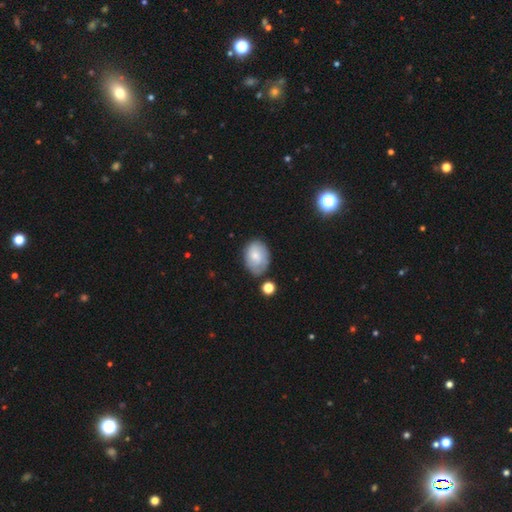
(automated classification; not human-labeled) A smooth galaxy with no disk features (70%) that is in between round and cigar-shaped (75%).

Vote fractions:
- Smooth or featured? smooth: 70% / featured or disk: 23% / star or artifact: 8%
- How rounded? in between: 75% / round: 24% / cigar-shaped: 1%
- Merging? none: 64% / minor disturbance: 24% / major disturbance: 6% / merger: 6%